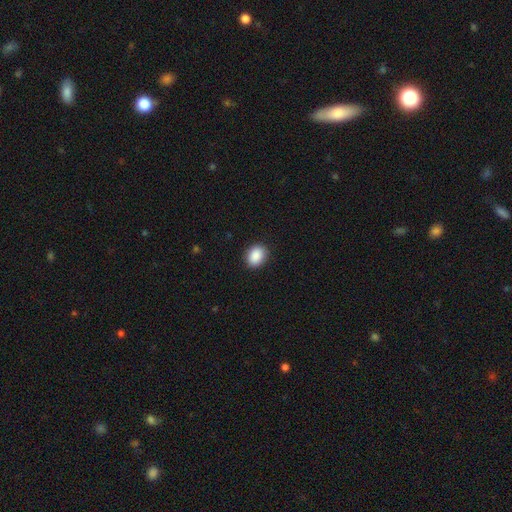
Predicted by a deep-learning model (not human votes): Smooth or featured? smooth (90%)
How rounded? in between (60%)
Merging? none (90%)